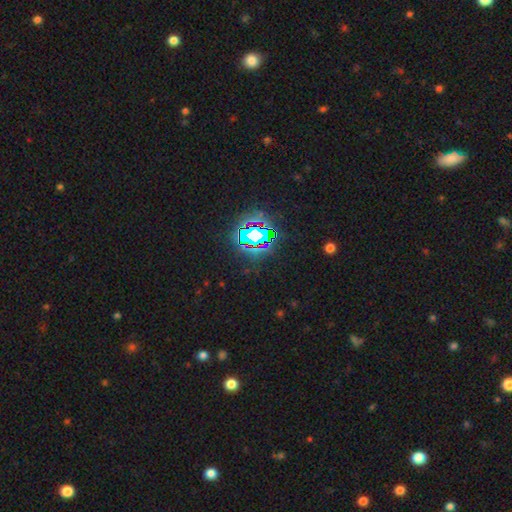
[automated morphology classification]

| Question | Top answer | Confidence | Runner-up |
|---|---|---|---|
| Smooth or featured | star or artifact | 82% | smooth (10%) |